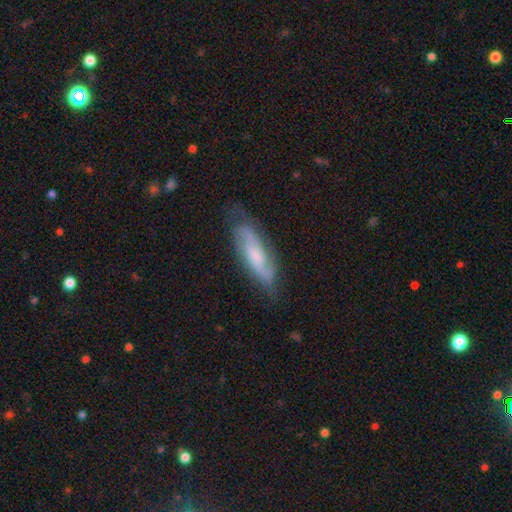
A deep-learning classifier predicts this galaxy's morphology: Smooth or featured? Predicted: featured or disk (p=0.62). Edge-on disk? Predicted: no (p=0.78). Merging? Predicted: none (p=0.70).